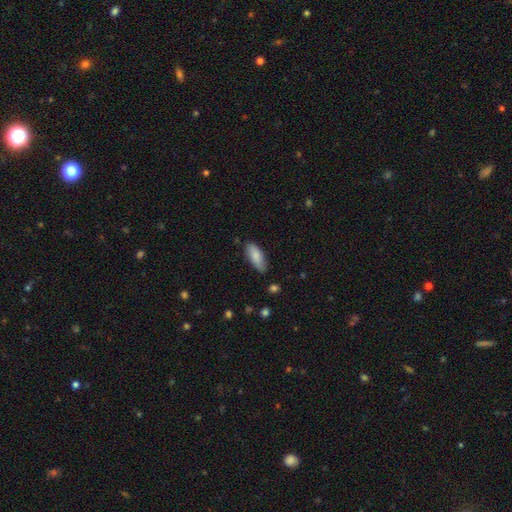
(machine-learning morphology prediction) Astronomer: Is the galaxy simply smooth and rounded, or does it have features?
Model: smooth — 84%.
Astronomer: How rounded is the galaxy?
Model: in between — 76%.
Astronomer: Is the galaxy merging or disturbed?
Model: none — 78%.